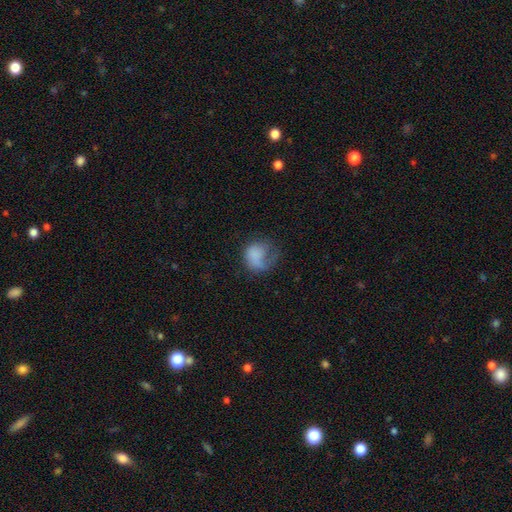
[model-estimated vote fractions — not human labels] Overall: smooth (63%; featured or disk 28%). How rounded: round (61%; in between 38%). Merging: major disturbance (43%; none 31%).